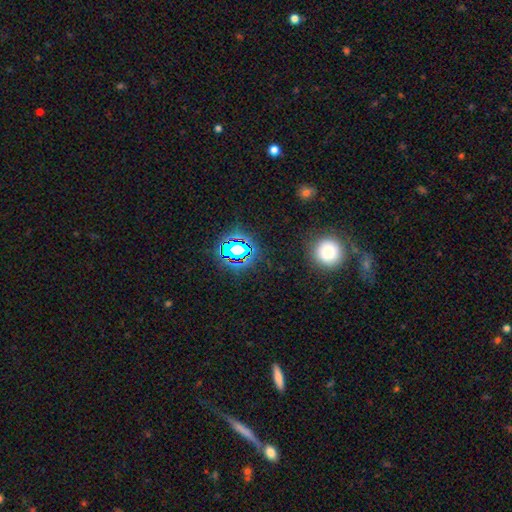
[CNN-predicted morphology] Smooth or featured? star or artifact (68%)